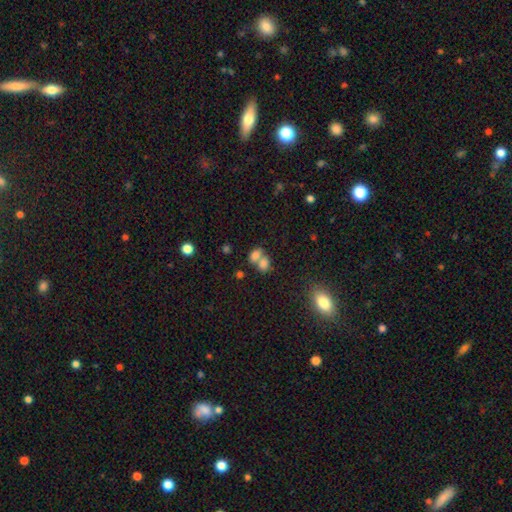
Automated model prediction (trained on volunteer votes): Smooth or featured? Predicted: smooth (p=0.76). How rounded? Predicted: in between (p=0.77). Merging? Predicted: merger (p=0.64).